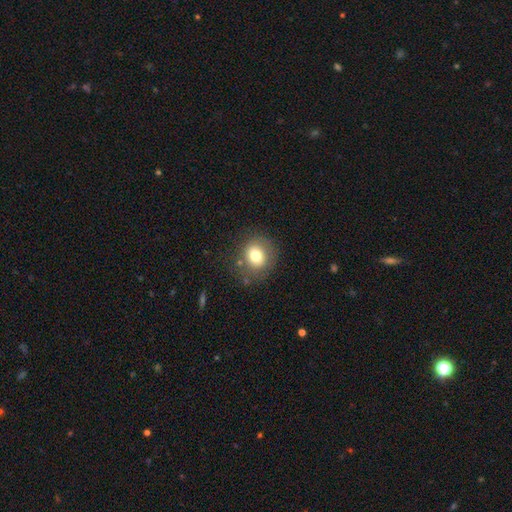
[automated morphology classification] smooth-or-featured: smooth: 75% | featured or disk: 14% | star or artifact: 11%
  how-rounded: round: 79% | in between: 20% | cigar-shaped: 1%
  merging: none: 79% | minor disturbance: 13% | major disturbance: 6% | merger: 2%